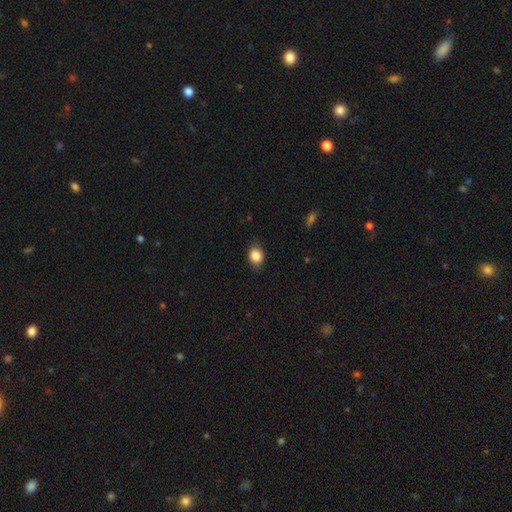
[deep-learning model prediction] smooth_or_featured: smooth (p=0.86) [alt: star or artifact p=0.08]
how_rounded: in between (p=0.62) [alt: round p=0.37]
merging: none (p=0.81) [alt: minor disturbance p=0.16]